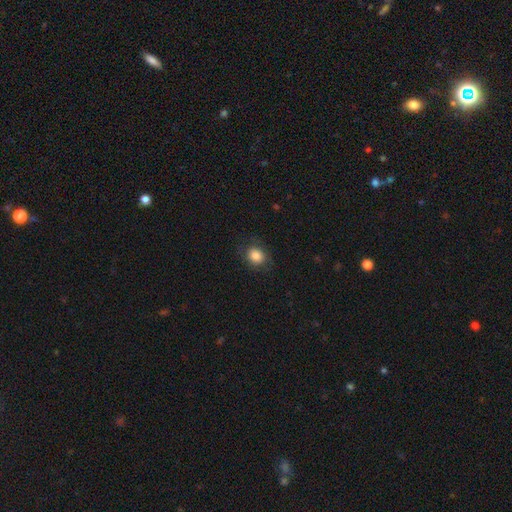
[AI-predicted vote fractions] Q: Smooth or featured?
A: smooth (84%); runner-up: star or artifact (9%)
Q: How rounded?
A: round (60%); runner-up: in between (39%)
Q: Merging?
A: none (79%); runner-up: minor disturbance (15%)